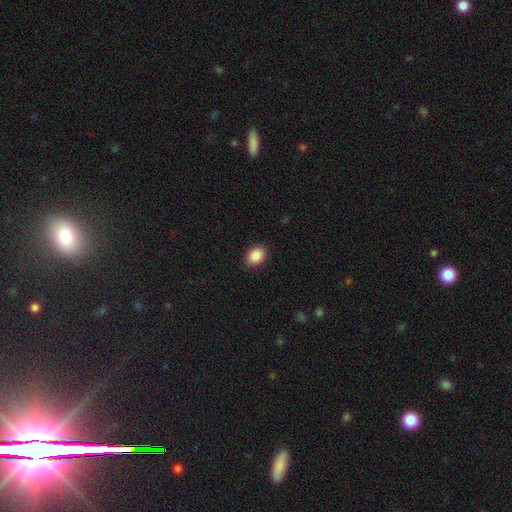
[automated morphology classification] This is clearly a smooth galaxy (89%). How rounded: likely in between (70%). Merging: clearly none (88%).